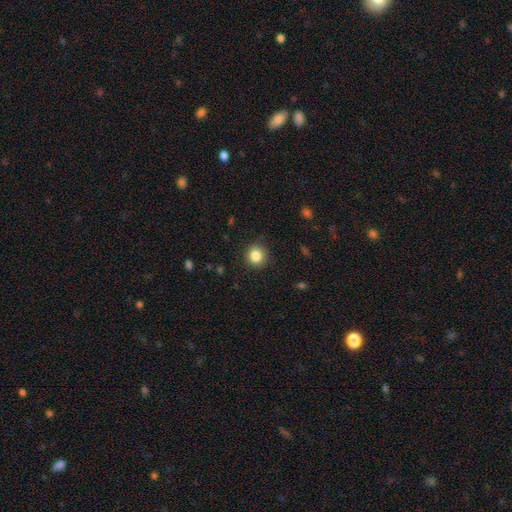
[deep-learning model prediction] smooth 85%, star or artifact 10%, featured or disk 5%. Down the decision tree: how rounded — round (88%); merging — none (88%).